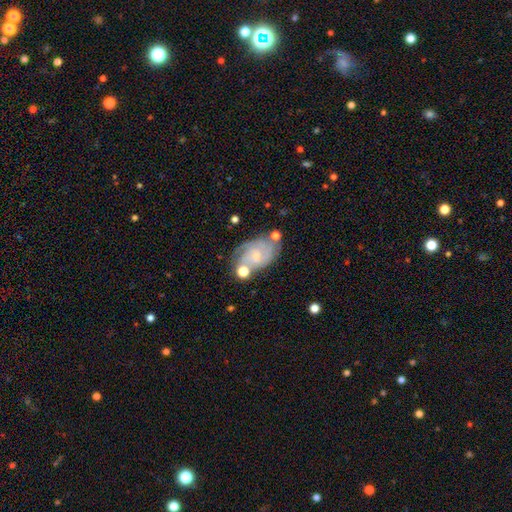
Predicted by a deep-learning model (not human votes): Morphology: type=featured or disk (70%); edge-on=no (97%); bar=no (63%); spiral arms=yes (90%); winding=tight (53%); arm count=can't tell (33%); bulge=small (59%); merging=none (58%).